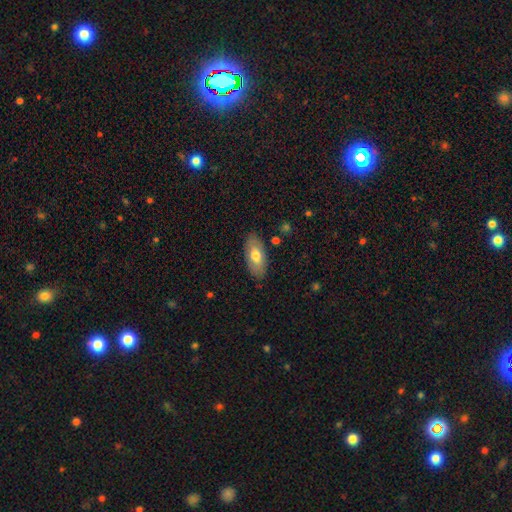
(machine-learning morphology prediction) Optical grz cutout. It shows a smooth galaxy with no disk features (68%) that is in between round and cigar-shaped (90%). Merging: none (85%).